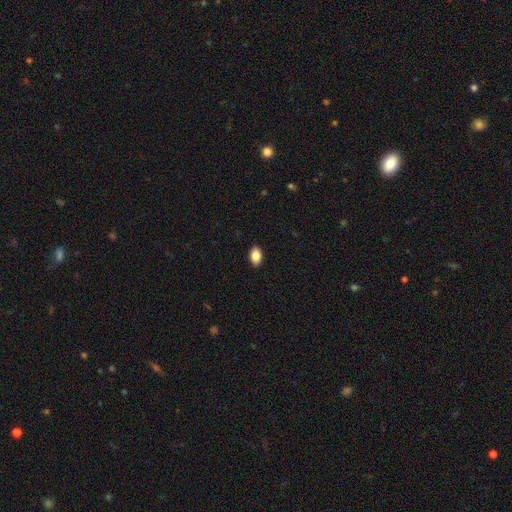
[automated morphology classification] type=smooth (87%); roundness=in between (90%); merging=none (90%).